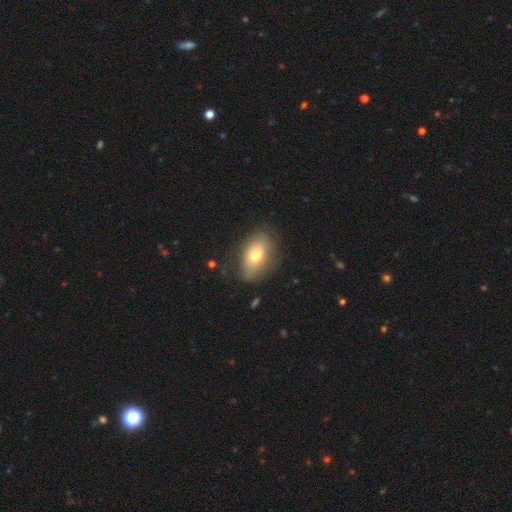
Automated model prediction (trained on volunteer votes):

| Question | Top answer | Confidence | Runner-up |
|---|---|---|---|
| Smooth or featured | smooth | 66% | featured or disk (26%) |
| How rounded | in between | 89% | round (7%) |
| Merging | none | 72% | minor disturbance (20%) |